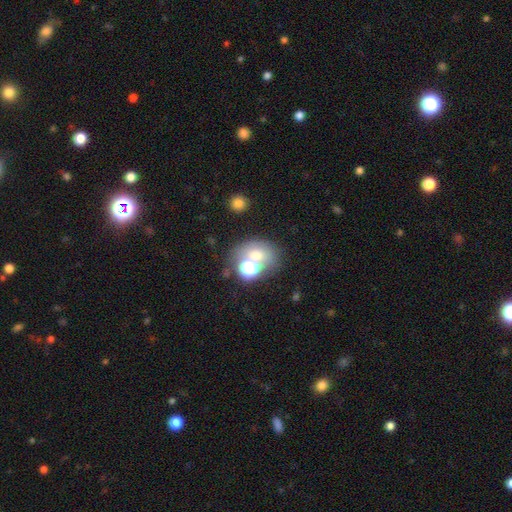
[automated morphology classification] Overall: smooth (60%; star or artifact 21%). How rounded: round (52%; in between 47%). Merging: none (45%; merger 35%).